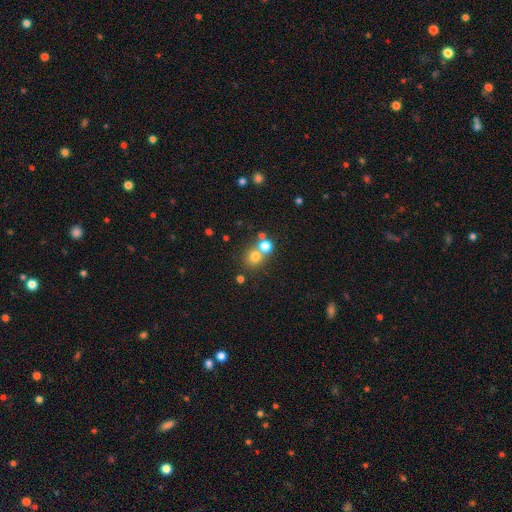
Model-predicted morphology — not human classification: Smooth or featured? smooth (73%)
How rounded? round (86%)
Merging? none (53%)